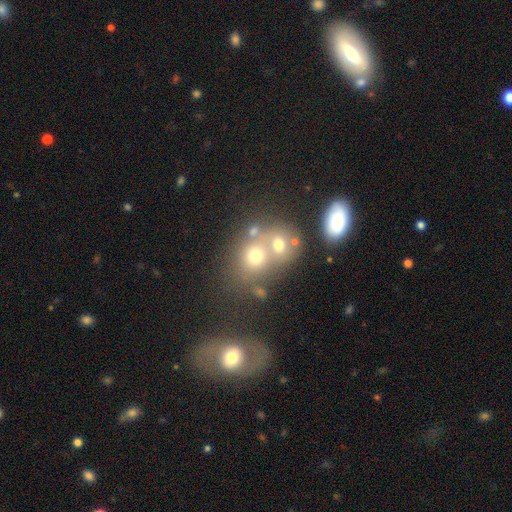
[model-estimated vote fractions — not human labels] Overall: smooth (62%). How rounded: round (69%; in between 30%). Merging: merger (47%; none 38%).